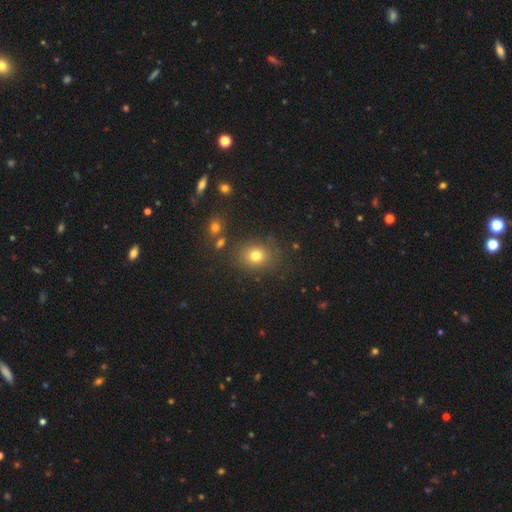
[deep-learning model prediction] Overall: smooth (76%). How rounded: round (63%; in between 36%). Merging: none (82%).